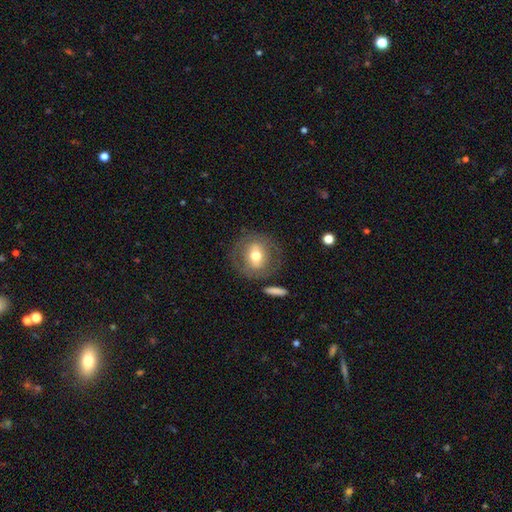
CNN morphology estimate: Q: Smooth or featured?
A: smooth (51%); runner-up: featured or disk (42%)
Q: How rounded?
A: round (77%); runner-up: in between (22%)
Q: Merging?
A: none (76%); runner-up: minor disturbance (13%)